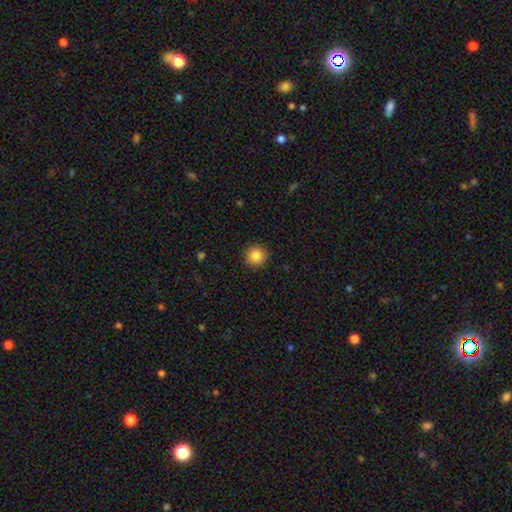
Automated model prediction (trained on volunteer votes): Smooth or featured?
  - smooth: 86% *
  - star or artifact: 10%
  - featured or disk: 4%
How rounded?
  - round: 95% *
  - in between: 4%
  - cigar-shaped: 1%
Merging?
  - none: 92% *
  - minor disturbance: 5%
  - major disturbance: 2%
  - merger: 1%